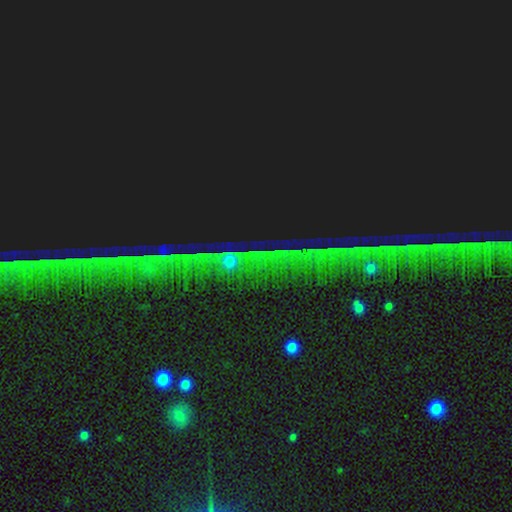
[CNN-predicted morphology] This is clearly a star or artifact rather than a galaxy (84%).